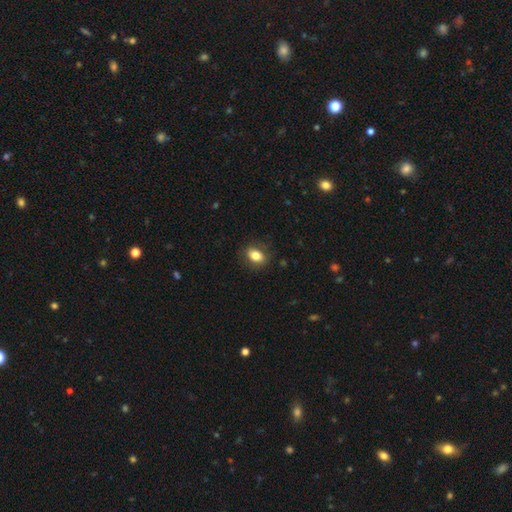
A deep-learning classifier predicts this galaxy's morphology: Q: Smooth or featured?
A: smooth (81%); runner-up: featured or disk (11%)
Q: How rounded?
A: in between (77%); runner-up: round (22%)
Q: Merging?
A: none (83%); runner-up: minor disturbance (12%)